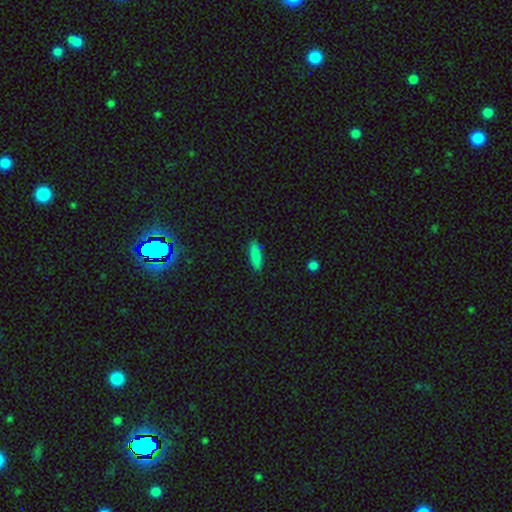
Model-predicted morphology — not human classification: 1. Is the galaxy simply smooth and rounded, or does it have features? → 87% smooth, 8% star or artifact, 5% featured or disk.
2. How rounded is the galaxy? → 49% cigar-shaped (tied), 49% in between (tied), 2% round.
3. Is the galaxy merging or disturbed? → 88% none, 9% minor disturbance, 2% major disturbance, 1% merger.